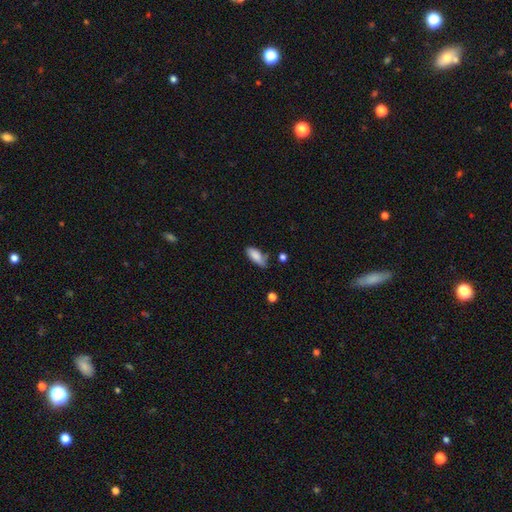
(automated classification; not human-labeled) This appears to be a smooth galaxy with no disk features (80%) that is in between round and cigar-shaped (81%). Merging: none (55%).